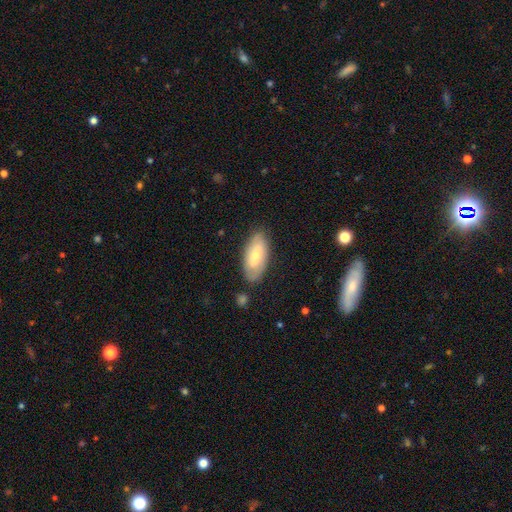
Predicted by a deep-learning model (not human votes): Smooth or featured: smooth — 58% (featured or disk — 35%)
How rounded: in between — 89% (cigar-shaped — 9%)
Merging: none — 78% (minor disturbance — 16%)